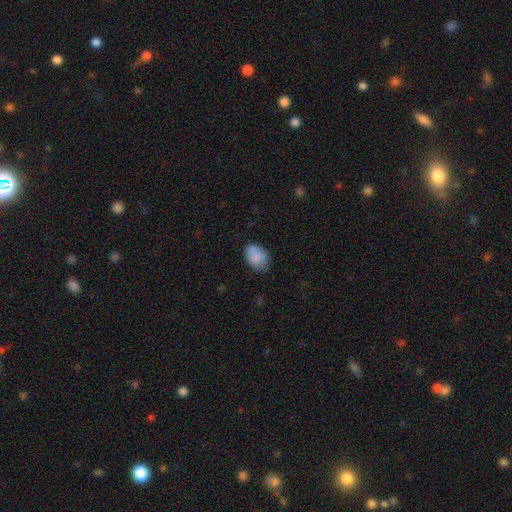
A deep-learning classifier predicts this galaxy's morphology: Q: Smooth or featured?
A: smooth (85%); runner-up: featured or disk (8%)
Q: How rounded?
A: in between (78%); runner-up: round (21%)
Q: Merging?
A: none (65%); runner-up: minor disturbance (27%)